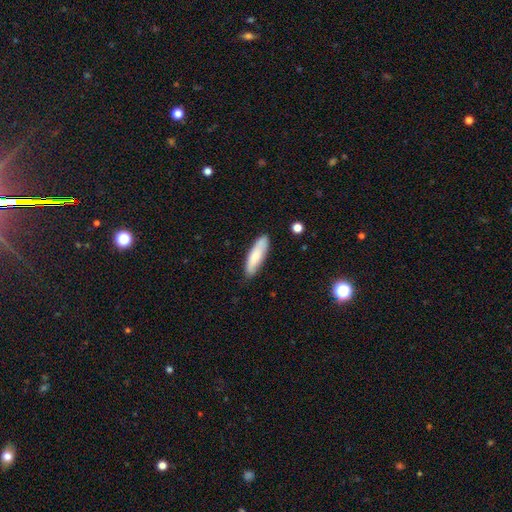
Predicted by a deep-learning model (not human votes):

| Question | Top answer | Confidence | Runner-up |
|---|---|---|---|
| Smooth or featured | smooth | 77% | featured or disk (17%) |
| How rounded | cigar-shaped | 61% | in between (37%) |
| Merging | none | 81% | minor disturbance (15%) |